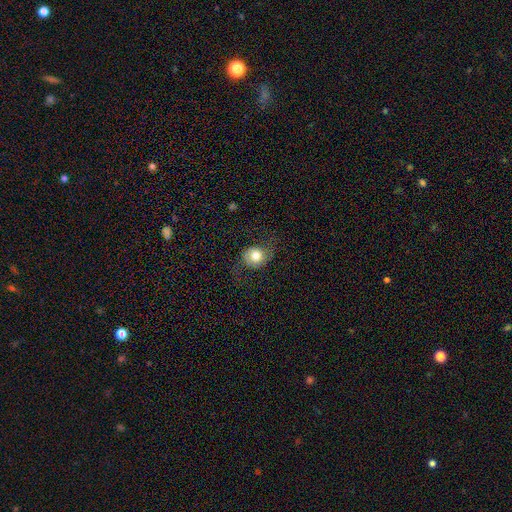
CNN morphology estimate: smooth 61%, featured or disk 30%, star or artifact 9%. Down the decision tree: how rounded — round (72%); merging — none (61%).